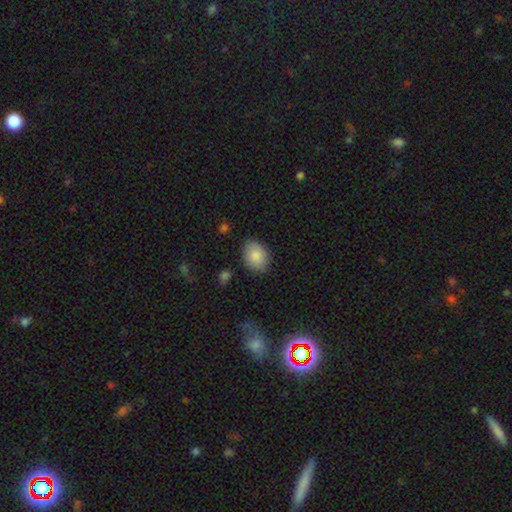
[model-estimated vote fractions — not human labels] This is clearly a smooth galaxy (87%). How rounded: likely in between (71%). Merging: clearly none (83%).